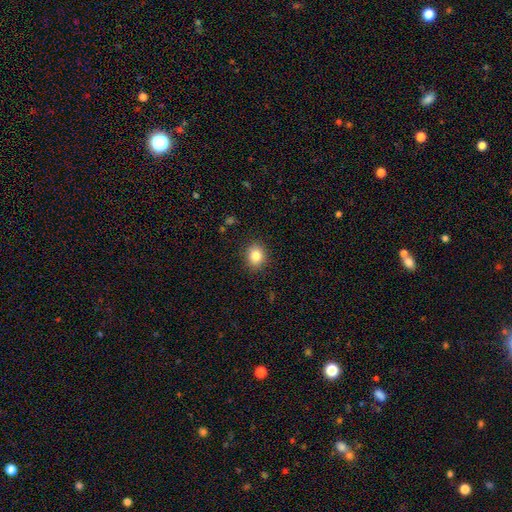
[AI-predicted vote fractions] A smooth galaxy with no disk features (84%) that is round (70%). Merging: none (88%).